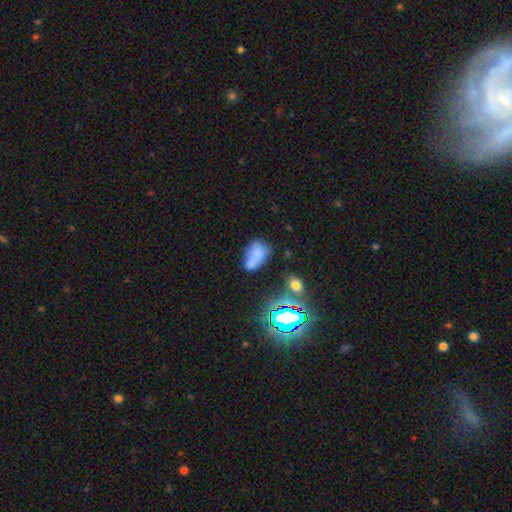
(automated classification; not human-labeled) smooth-or-featured: smooth: 67% | star or artifact: 17% | featured or disk: 16%
  how-rounded: in between: 89% | round: 8% | cigar-shaped: 3%
  merging: none: 41% | minor disturbance: 25% | merger: 20% | major disturbance: 14%